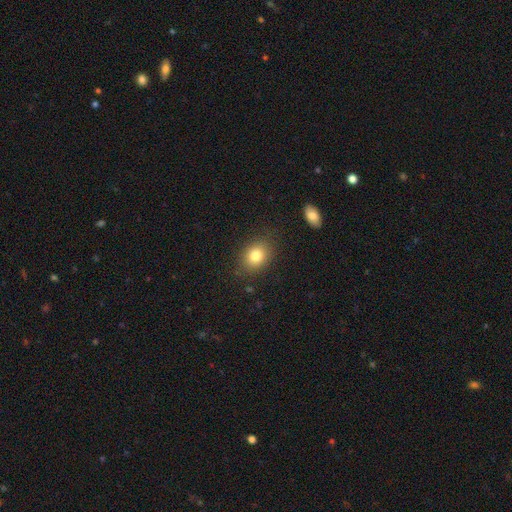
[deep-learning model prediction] A smooth galaxy with no disk features (81%) that is in between round and cigar-shaped (57%).

Vote fractions:
- Smooth or featured? smooth: 81% / star or artifact: 10% / featured or disk: 9%
- How rounded? in between: 57% / round: 42% / cigar-shaped: 1%
- Merging? none: 84% / minor disturbance: 11% / major disturbance: 3% / merger: 2%